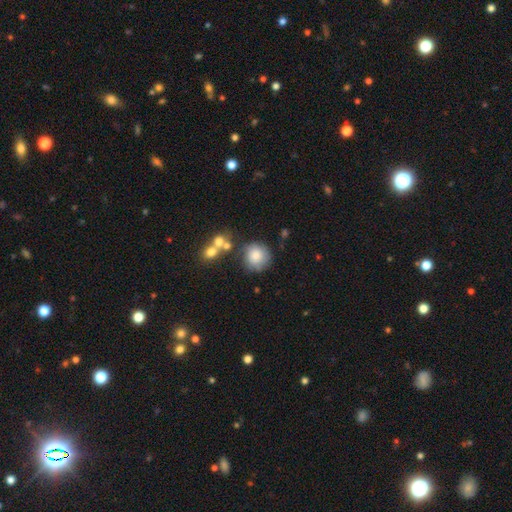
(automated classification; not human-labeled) Smooth or featured? smooth (73%)
How rounded? round (90%)
Merging? none (66%)